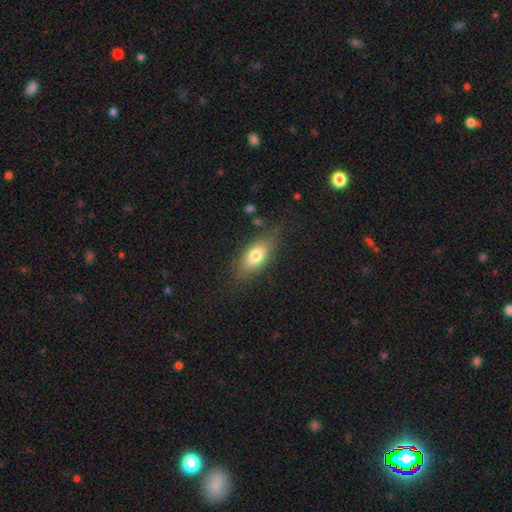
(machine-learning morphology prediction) The model was most divided on "smooth or featured": smooth: 74%, featured or disk: 18%, star or artifact: 8%. More confident: how rounded — in between (83%); merging — none (77%).